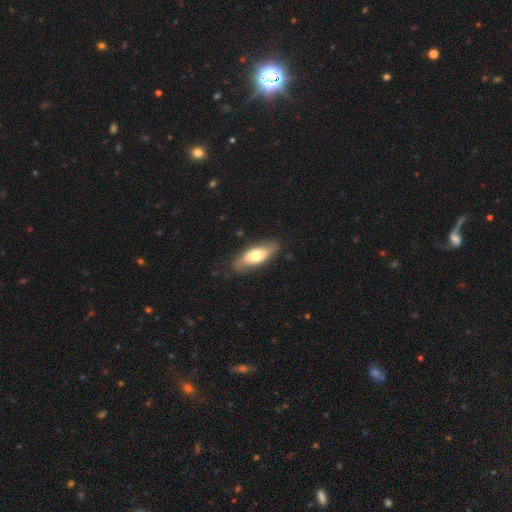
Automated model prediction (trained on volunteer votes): A smooth galaxy with no disk features (65%) that is in between round and cigar-shaped (78%). Merging: none (82%).